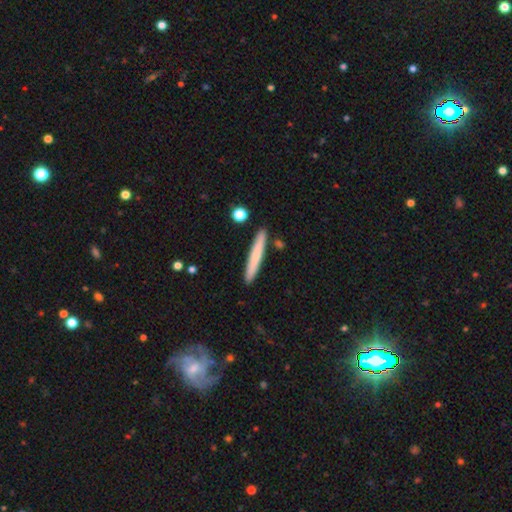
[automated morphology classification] type=smooth (68%); roundness=cigar-shaped (95%); merging=none (88%).